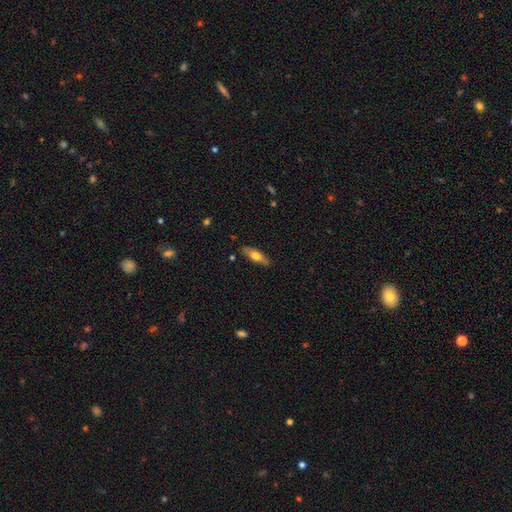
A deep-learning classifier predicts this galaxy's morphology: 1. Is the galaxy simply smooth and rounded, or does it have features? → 61% smooth, 33% featured or disk, 6% star or artifact.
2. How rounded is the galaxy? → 58% in between, 39% cigar-shaped, 3% round.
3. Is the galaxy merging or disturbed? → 84% none, 12% minor disturbance, 2% major disturbance, 2% merger.